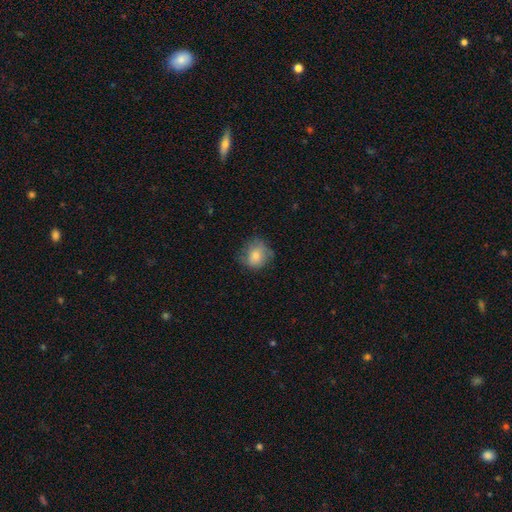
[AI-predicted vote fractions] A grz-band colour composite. It shows a smooth galaxy with no disk features (76%) that is round (74%). Merging: none (63%).